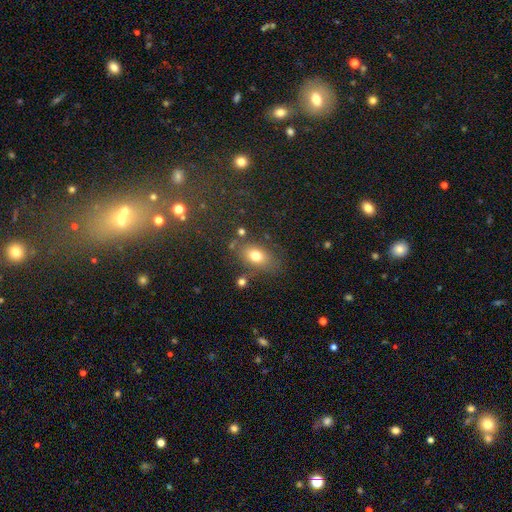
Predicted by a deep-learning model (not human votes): smooth-or-featured: smooth: 74% | featured or disk: 14% | star or artifact: 12%
  how-rounded: in between: 79% | round: 18% | cigar-shaped: 3%
  merging: none: 72% | minor disturbance: 16% | merger: 6% | major disturbance: 6%